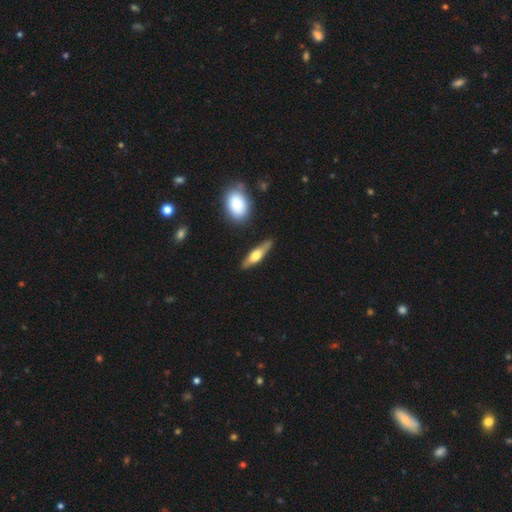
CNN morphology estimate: The model was most divided on "smooth or featured" (2-way tie): smooth: 47%, featured or disk: 47%, star or artifact: 6%. More confident: merging — none (83%).